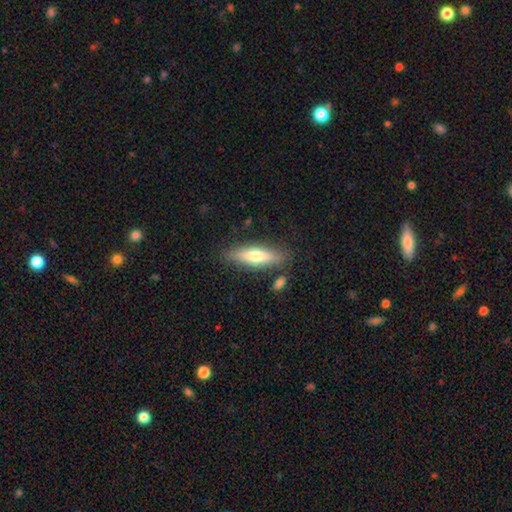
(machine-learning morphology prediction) Q: Smooth or featured?
A: smooth (64%); runner-up: featured or disk (29%)
Q: How rounded?
A: cigar-shaped (61%); runner-up: in between (37%)
Q: Merging?
A: none (80%); runner-up: minor disturbance (12%)